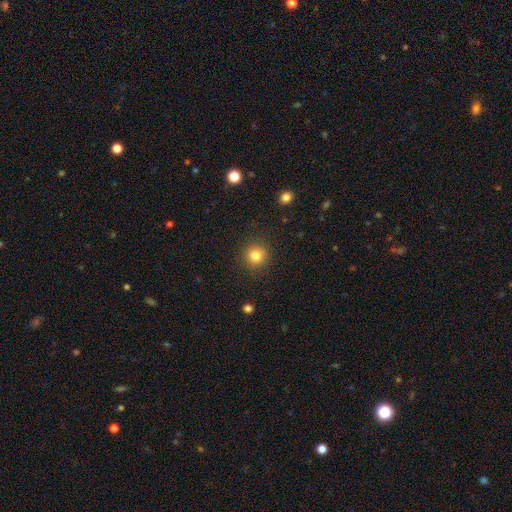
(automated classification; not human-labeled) Smooth or featured: smooth — 82% (star or artifact — 12%)
How rounded: round — 94% (in between — 5%)
Merging: none — 90% (minor disturbance — 6%)